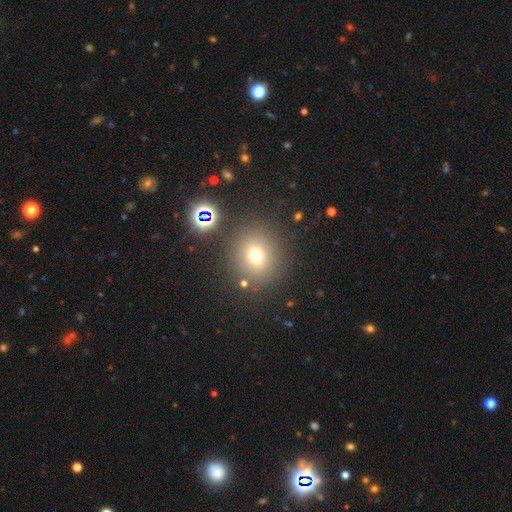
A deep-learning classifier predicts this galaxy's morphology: type=smooth (69%); roundness=round (86%); merging=none (82%).